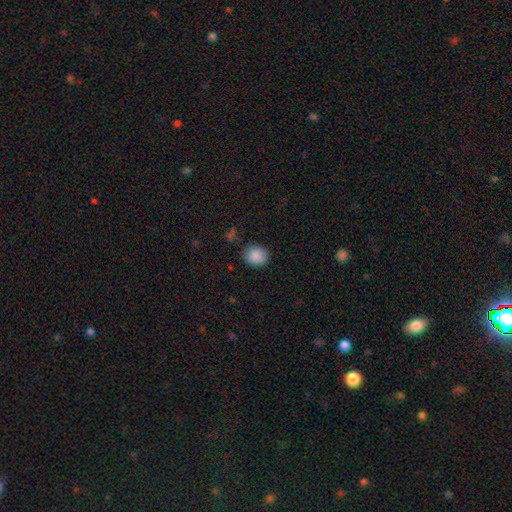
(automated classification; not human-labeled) Smooth or featured? Predicted: smooth (p=0.88). How rounded? Predicted: round (p=0.78). Merging? Predicted: none (p=0.83).